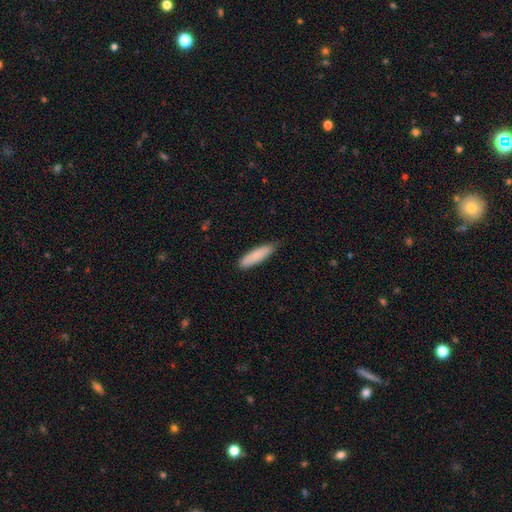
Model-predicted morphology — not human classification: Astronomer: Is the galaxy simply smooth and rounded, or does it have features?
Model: smooth — 83%.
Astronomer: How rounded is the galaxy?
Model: cigar-shaped — 67%.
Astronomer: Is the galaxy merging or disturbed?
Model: none — 73%.